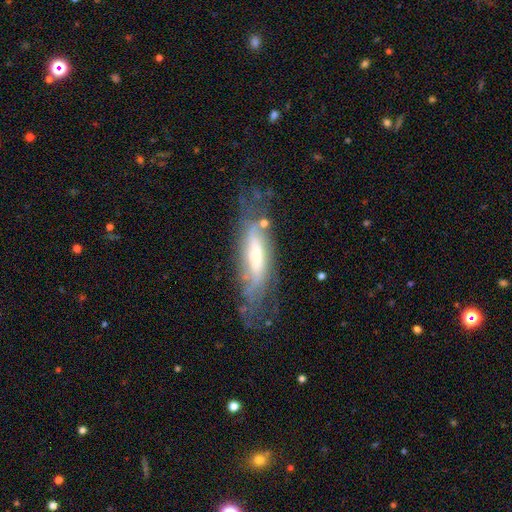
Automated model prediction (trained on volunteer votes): featured or disk 63%, smooth 29%, star or artifact 7%. Down the decision tree: edge-on disk — no (61%); merging — none (54%).